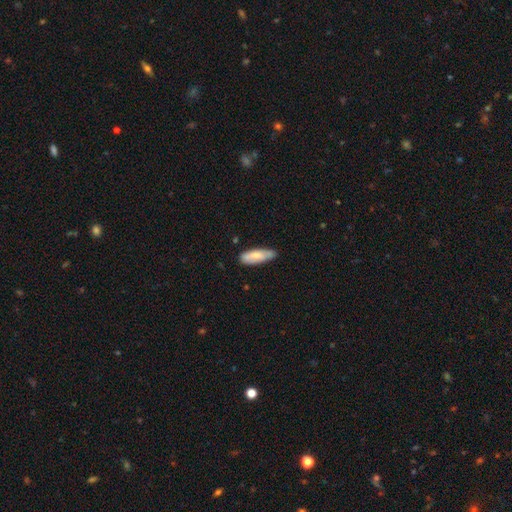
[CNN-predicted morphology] Smooth or featured: smooth — 70% (featured or disk — 24%)
How rounded: in between — 55% (cigar-shaped — 44%)
Merging: none — 71% (minor disturbance — 23%)